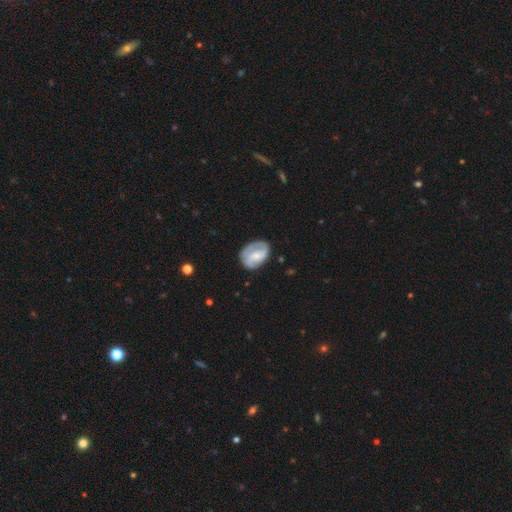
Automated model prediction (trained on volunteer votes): A featured or disk galaxy (61%) with no bar (54%), spiral arms (83%) and a small central bulge (52%). Merging: none (66%).